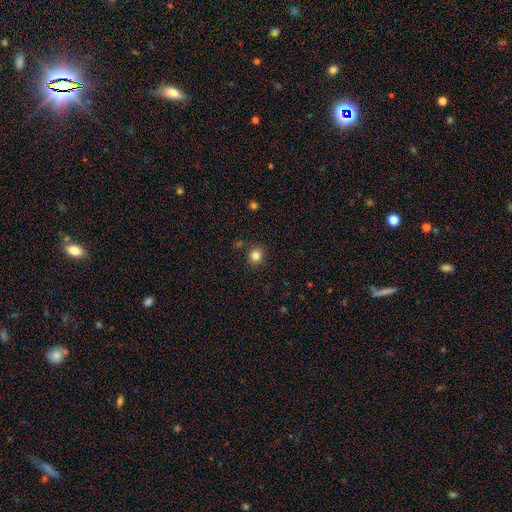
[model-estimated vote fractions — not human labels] Smooth or featured?
  - smooth: 82% *
  - star or artifact: 12%
  - featured or disk: 5%
How rounded?
  - round: 81% *
  - in between: 18%
  - cigar-shaped: 1%
Merging?
  - none: 86% *
  - minor disturbance: 9%
  - merger: 3%
  - major disturbance: 2%